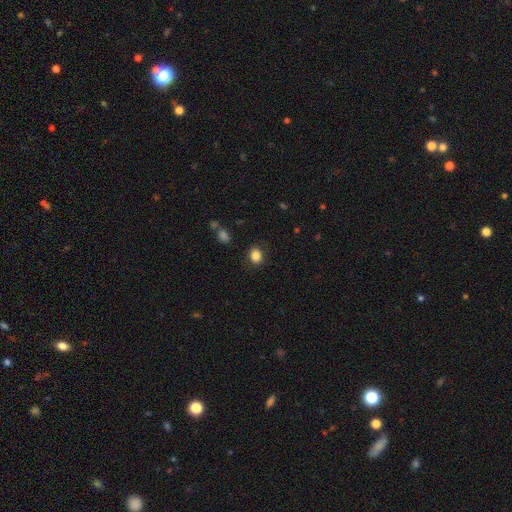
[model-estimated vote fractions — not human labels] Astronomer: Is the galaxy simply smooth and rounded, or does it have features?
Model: smooth — 85%.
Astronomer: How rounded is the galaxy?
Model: round — 65%.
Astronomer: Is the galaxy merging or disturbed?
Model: none — 87%.